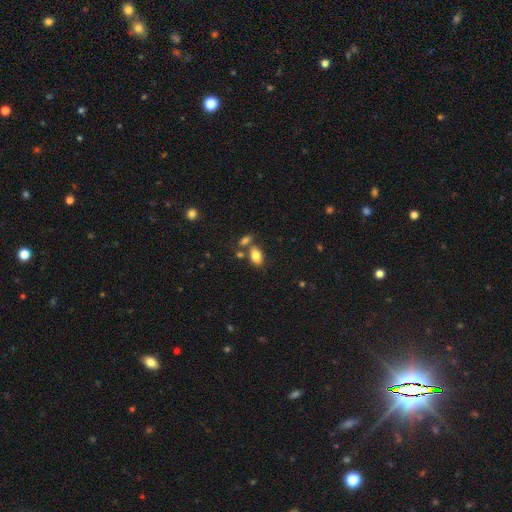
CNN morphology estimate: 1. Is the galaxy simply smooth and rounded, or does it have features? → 82% smooth, 10% featured or disk, 9% star or artifact.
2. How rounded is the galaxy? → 89% in between, 8% round, 3% cigar-shaped.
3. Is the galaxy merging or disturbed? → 63% none, 21% merger, 12% minor disturbance, 4% major disturbance.